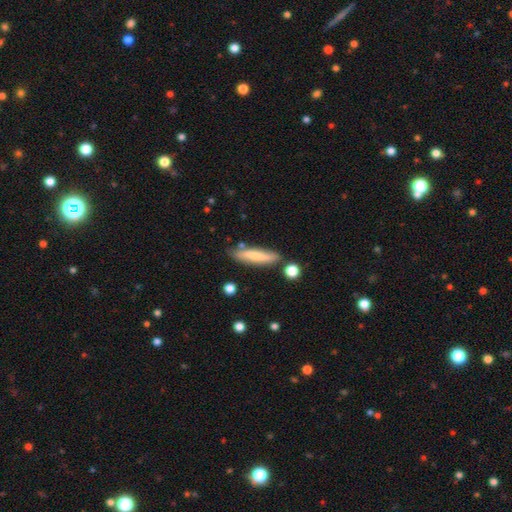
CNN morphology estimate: Overall: smooth (69%). How rounded: cigar-shaped (81%). Merging: none (78%).